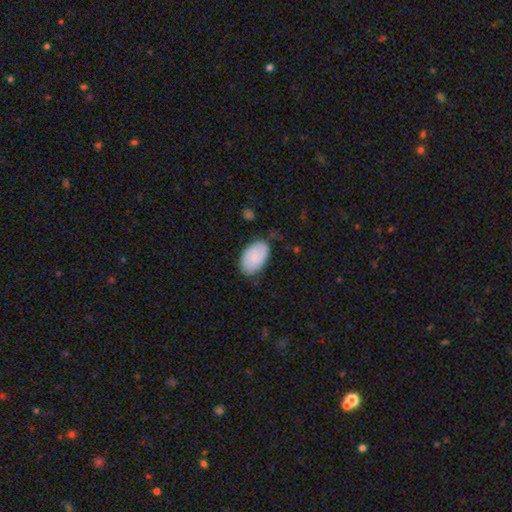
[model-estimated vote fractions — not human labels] Q: Smooth or featured?
A: smooth (81%); runner-up: featured or disk (13%)
Q: How rounded?
A: in between (93%); runner-up: round (6%)
Q: Merging?
A: none (73%); runner-up: minor disturbance (21%)